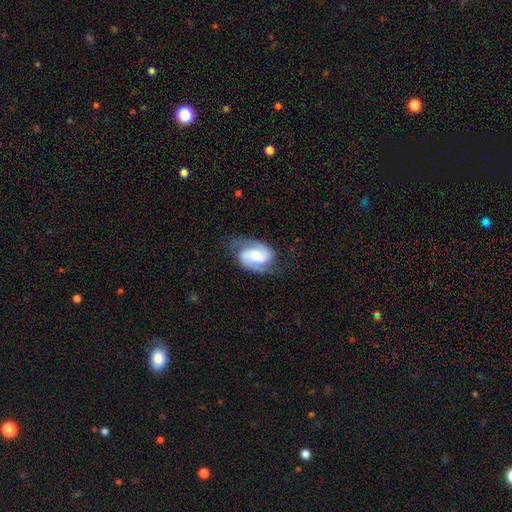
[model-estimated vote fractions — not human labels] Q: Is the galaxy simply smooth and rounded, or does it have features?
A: featured or disk — 79%.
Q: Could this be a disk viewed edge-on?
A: no — 97%.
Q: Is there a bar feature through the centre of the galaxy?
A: no — 50%.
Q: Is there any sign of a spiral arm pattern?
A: yes — 96%.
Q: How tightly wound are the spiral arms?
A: medium — 48%.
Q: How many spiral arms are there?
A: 2 — 90%.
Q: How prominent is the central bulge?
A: moderate — 49%.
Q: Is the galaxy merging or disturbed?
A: none — 68%.